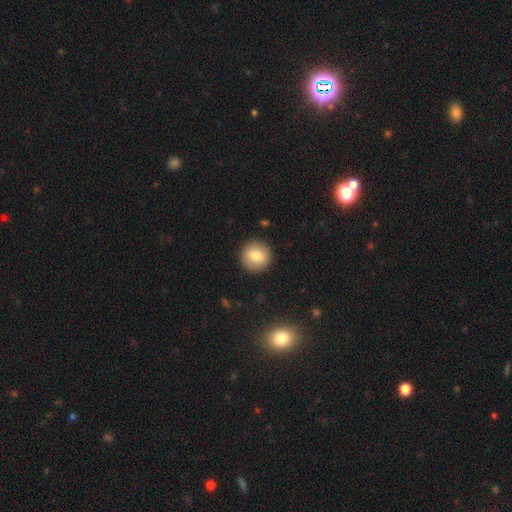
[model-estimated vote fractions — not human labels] Smooth or featured? smooth (76%)
How rounded? round (94%)
Merging? none (91%)